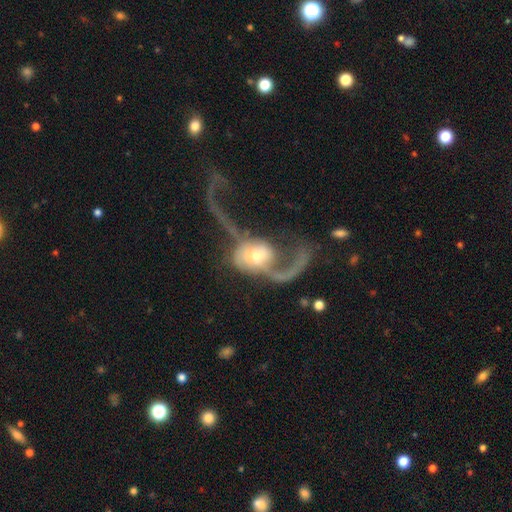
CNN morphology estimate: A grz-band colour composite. It shows a featured or disk galaxy (72%) with no bar (67%), 1 (44%) loose (82%) spiral arms (77%) and a moderate central bulge (56%). Merging: major disturbance (59%).